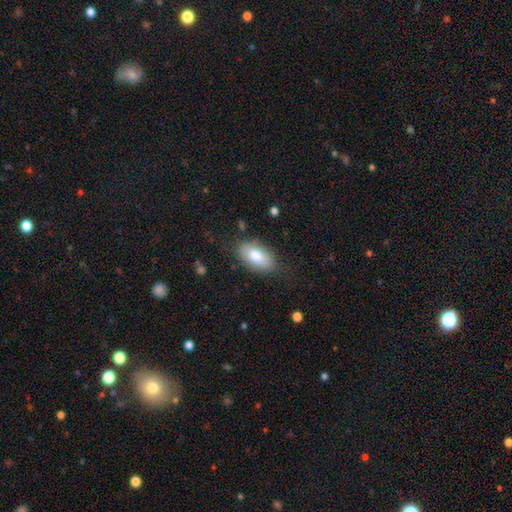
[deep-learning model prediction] A smooth galaxy with no disk features (80%) that is in between round and cigar-shaped (93%).

Vote fractions:
- Smooth or featured? smooth: 80% / featured or disk: 14% / star or artifact: 7%
- How rounded? in between: 93% / round: 5% / cigar-shaped: 2%
- Merging? none: 76% / minor disturbance: 18% / major disturbance: 5% / merger: 1%